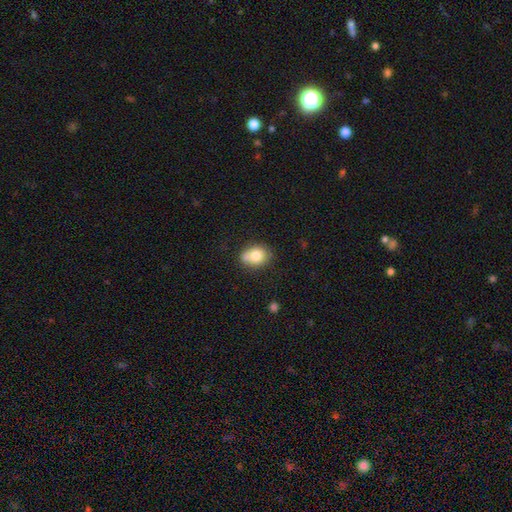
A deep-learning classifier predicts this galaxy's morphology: smooth 78%, featured or disk 14%, star or artifact 9%. Down the decision tree: how rounded — in between (61%); merging — none (58%).